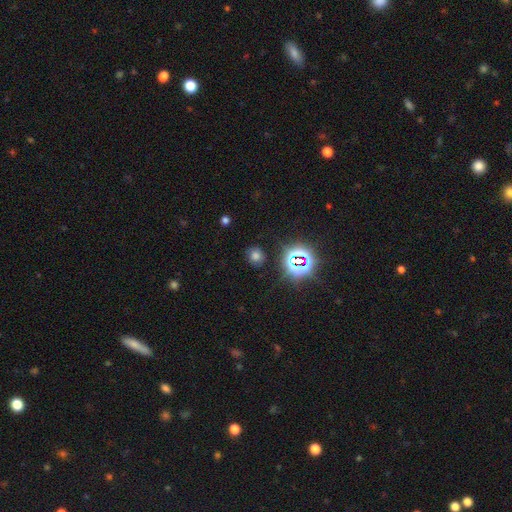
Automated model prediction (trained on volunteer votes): Q: Smooth or featured?
A: smooth (64%); runner-up: star or artifact (28%)
Q: How rounded?
A: round (74%); runner-up: in between (25%)
Q: Merging?
A: none (83%); runner-up: minor disturbance (11%)